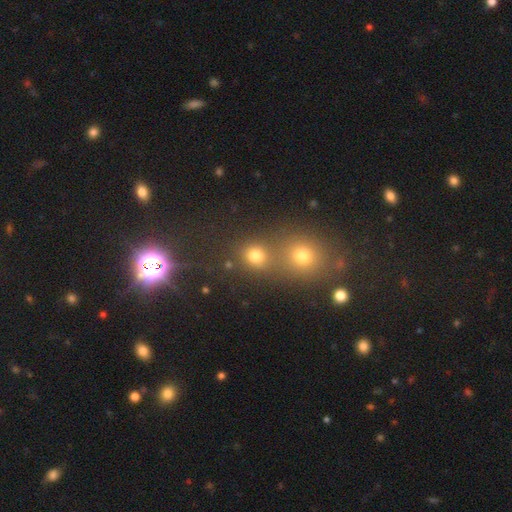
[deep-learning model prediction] Overall: smooth (76%). How rounded: round (81%). Merging: none (50%; merger 39%).